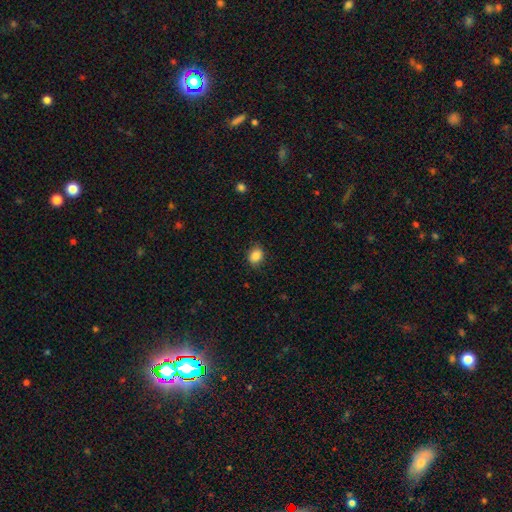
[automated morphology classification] This is clearly a smooth galaxy (86%). How rounded: possibly round (55%). Merging: clearly none (83%).